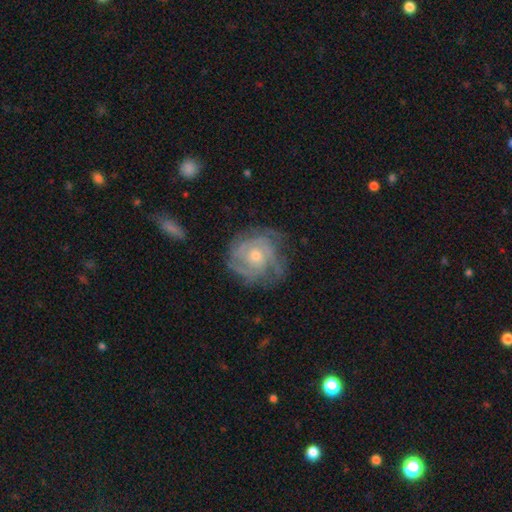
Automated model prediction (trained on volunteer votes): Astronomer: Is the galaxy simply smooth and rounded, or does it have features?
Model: featured or disk — 83%.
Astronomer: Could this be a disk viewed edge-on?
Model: no — 97%.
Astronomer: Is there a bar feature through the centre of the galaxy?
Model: no — 78%.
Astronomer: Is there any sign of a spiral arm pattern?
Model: yes — 93%.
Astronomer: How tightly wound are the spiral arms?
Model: tight — 69%.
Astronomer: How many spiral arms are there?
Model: can't tell — 33% (runner-up: 3, 26%).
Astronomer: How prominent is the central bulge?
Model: moderate — 56% (runner-up: small, 39%).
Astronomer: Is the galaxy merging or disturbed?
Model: none — 72%.